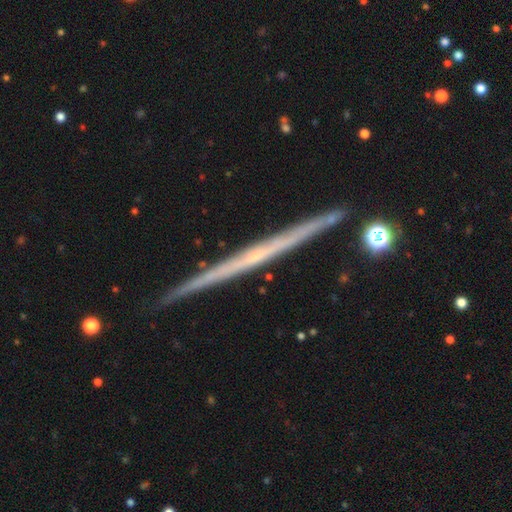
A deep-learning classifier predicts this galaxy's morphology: type=featured or disk (75%); edge-on=yes (98%); edge-on bulge=none (84%); merging=none (91%).